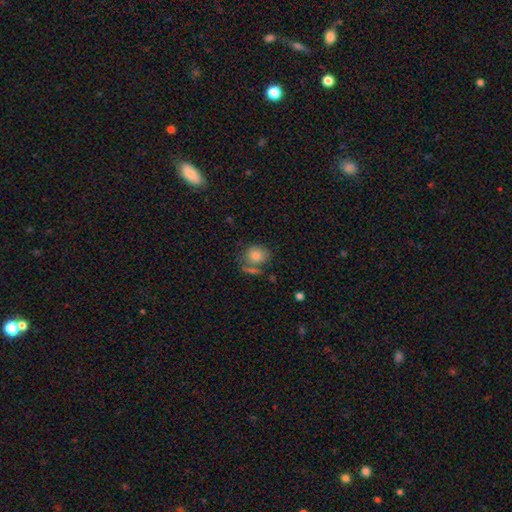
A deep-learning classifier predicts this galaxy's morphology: This is likely a smooth galaxy (78%). How rounded: likely round (66%). Merging: possibly none (55%).